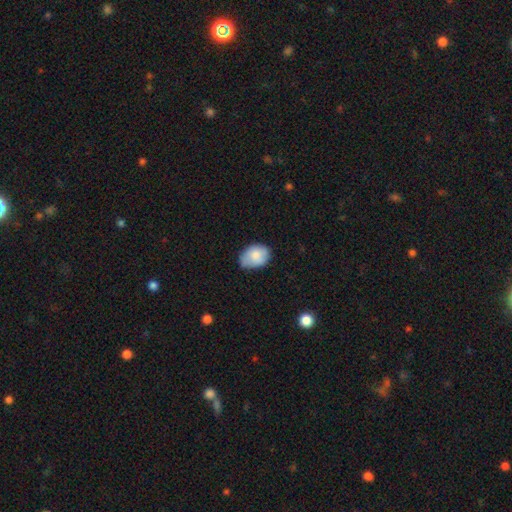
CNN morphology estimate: Overall: smooth (80%). How rounded: in between (76%). Merging: none (60%; minor disturbance 33%).